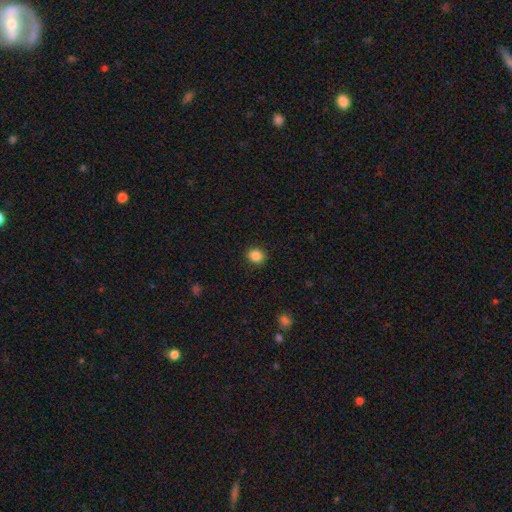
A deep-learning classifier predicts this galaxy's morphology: Smooth or featured? smooth (86%)
How rounded? round (70%)
Merging? none (90%)